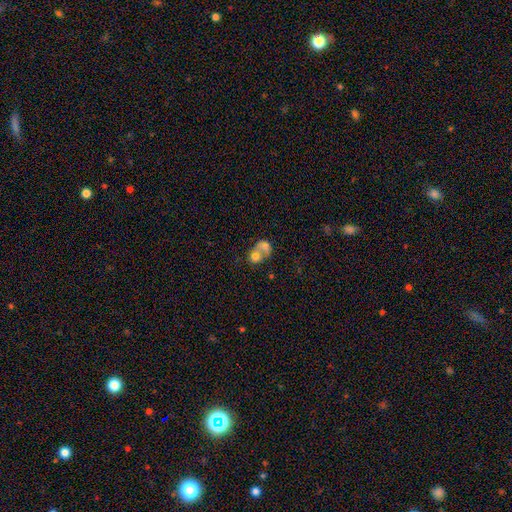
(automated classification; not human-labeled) A smooth galaxy with no disk features (63%) that is round (54%).

Vote fractions:
- Smooth or featured? smooth: 63% / featured or disk: 28% / star or artifact: 9%
- How rounded? round: 54% / in between: 45% / cigar-shaped: 1%
- Merging? merger: 73% / none: 14% / major disturbance: 7% / minor disturbance: 6%